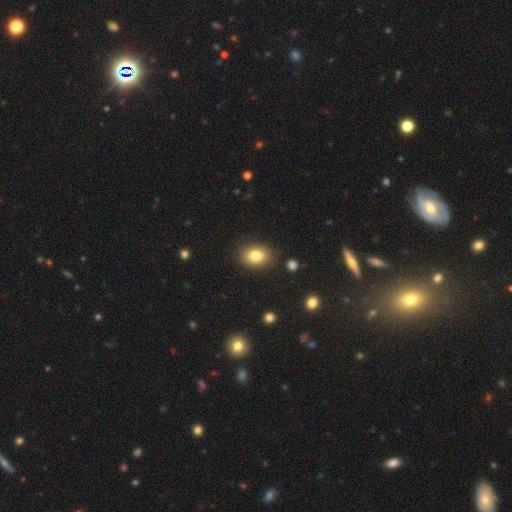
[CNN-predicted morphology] Smooth or featured: smooth — 82% (star or artifact — 10%)
How rounded: in between — 64% (round — 35%)
Merging: none — 85% (minor disturbance — 10%)